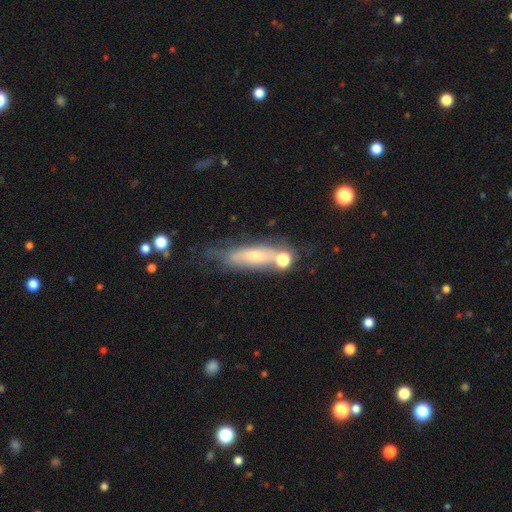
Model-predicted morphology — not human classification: smooth_or_featured: featured or disk (p=0.46) [alt: smooth p=0.44]
merging: none (p=0.48) [alt: minor disturbance p=0.24]